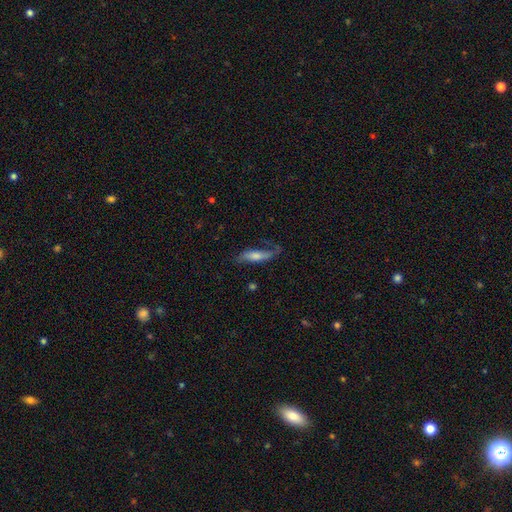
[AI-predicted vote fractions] Morphology: type=featured or disk (50%); edge-on=no (59%); merging=none (54%).